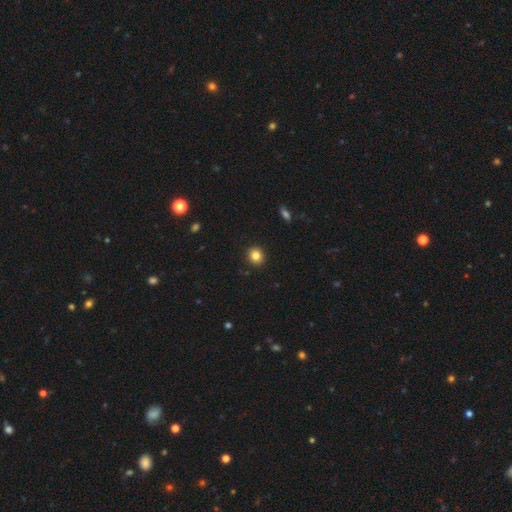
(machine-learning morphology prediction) A smooth galaxy with no disk features (85%) that is round (84%).

Vote fractions:
- Smooth or featured? smooth: 85% / star or artifact: 11% / featured or disk: 5%
- How rounded? round: 84% / in between: 15% / cigar-shaped: 1%
- Merging? none: 91% / minor disturbance: 6% / major disturbance: 2% / merger: 1%